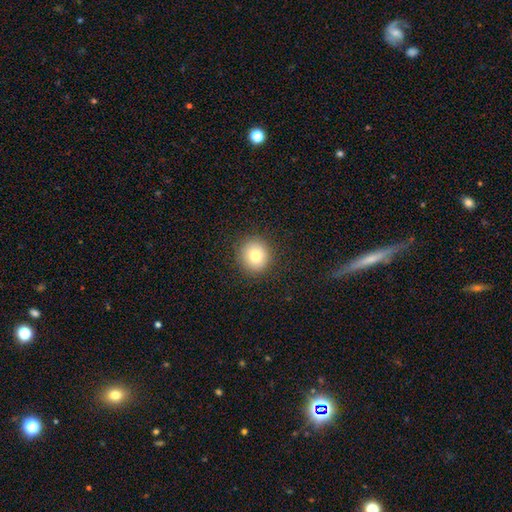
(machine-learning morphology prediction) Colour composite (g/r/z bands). It shows a smooth galaxy with no disk features (79%) that is round (89%). Merging: none (88%).